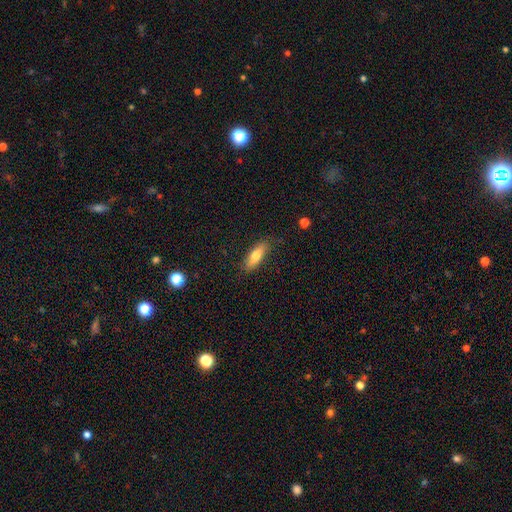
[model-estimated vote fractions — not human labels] The model was most divided on "how rounded": in between: 53%, cigar-shaped: 44%, round: 2%. More confident: merging — none (85%); smooth or featured — smooth (72%).